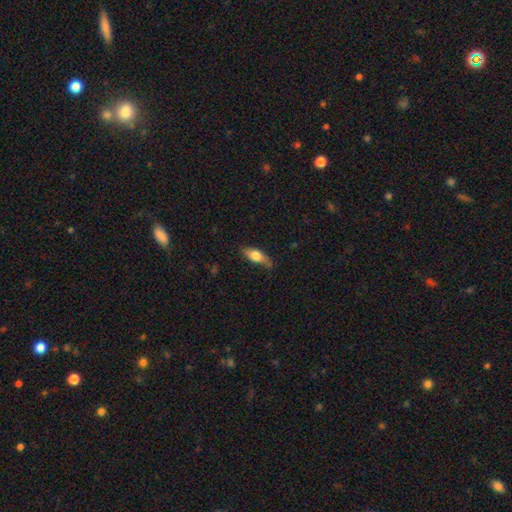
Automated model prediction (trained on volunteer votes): A smooth galaxy with no disk features (65%) that is in between round and cigar-shaped (69%).

Vote fractions:
- Smooth or featured? smooth: 65% / featured or disk: 28% / star or artifact: 6%
- How rounded? in between: 69% / cigar-shaped: 26% / round: 4%
- Merging? none: 65% / minor disturbance: 27% / major disturbance: 6% / merger: 2%